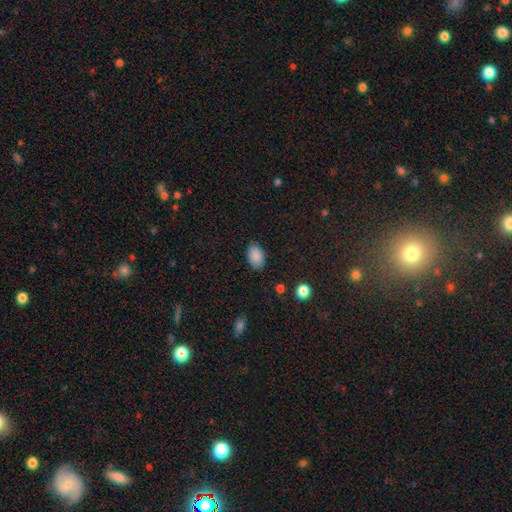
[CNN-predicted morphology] This is clearly a smooth galaxy (88%). How rounded: clearly in between (90%). Merging: clearly none (84%).